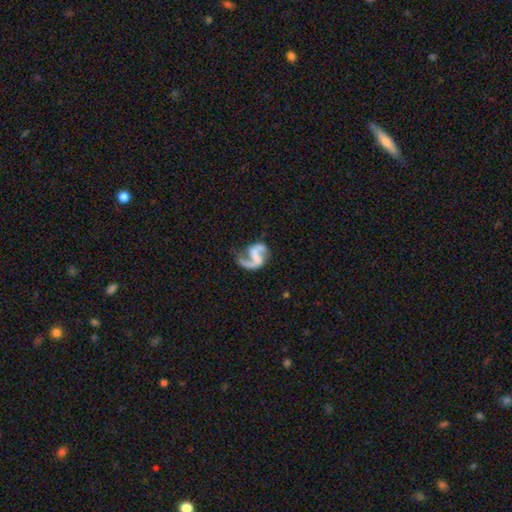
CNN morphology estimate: A featured or disk galaxy (85%) with a weak bar (36%), 2 (84%) loose (59%) spiral arms (94%) and no central bulge (69%). Merging: none (54%).